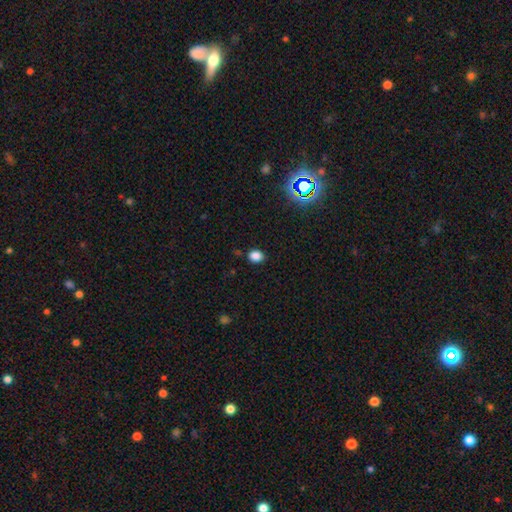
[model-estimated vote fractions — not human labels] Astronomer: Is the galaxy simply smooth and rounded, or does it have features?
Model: smooth — 83%.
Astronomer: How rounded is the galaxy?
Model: in between — 51% (runner-up: round, 48%).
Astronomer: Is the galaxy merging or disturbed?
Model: none — 86%.